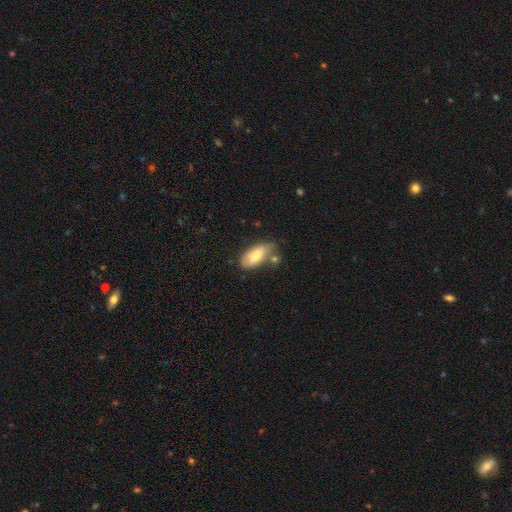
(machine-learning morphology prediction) Smooth or featured: smooth — 78% (featured or disk — 16%)
How rounded: in between — 90% (cigar-shaped — 7%)
Merging: none — 61% (minor disturbance — 23%)